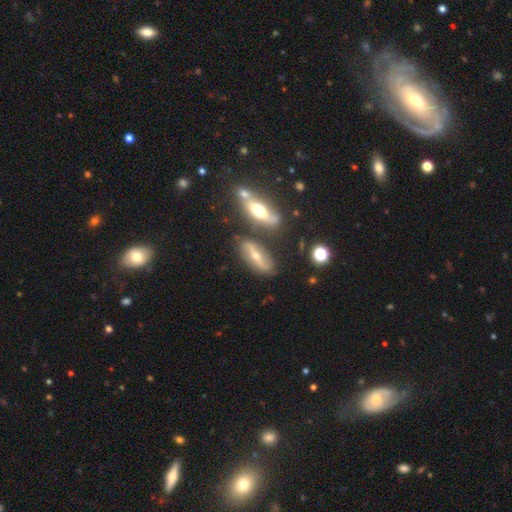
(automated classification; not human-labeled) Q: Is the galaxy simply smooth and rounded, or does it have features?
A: featured or disk — 57%.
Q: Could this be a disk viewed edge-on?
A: no — 60%.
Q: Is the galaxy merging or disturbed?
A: none — 70%.